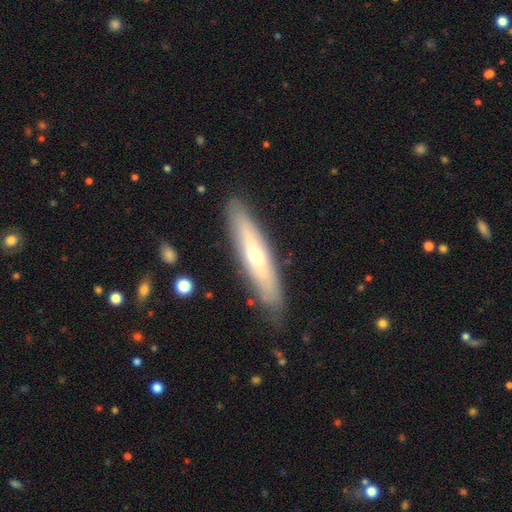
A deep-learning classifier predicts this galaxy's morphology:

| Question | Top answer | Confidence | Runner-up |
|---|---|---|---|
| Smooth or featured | featured or disk | 54% | smooth (40%) |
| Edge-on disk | yes | 64% | no (36%) |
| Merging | none | 84% | minor disturbance (12%) |